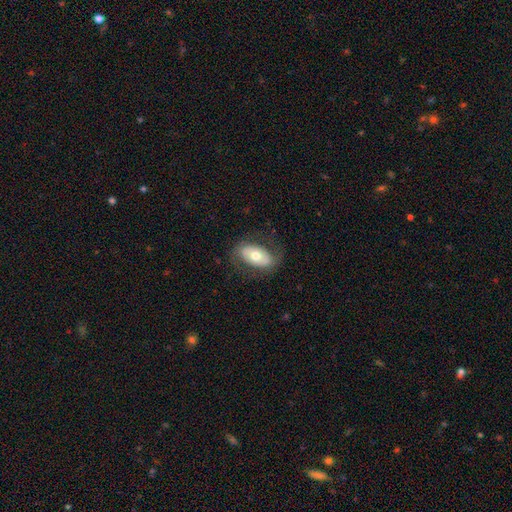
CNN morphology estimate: Smooth or featured: smooth — 56% (featured or disk — 38%)
How rounded: in between — 92% (round — 6%)
Merging: none — 75% (minor disturbance — 16%)